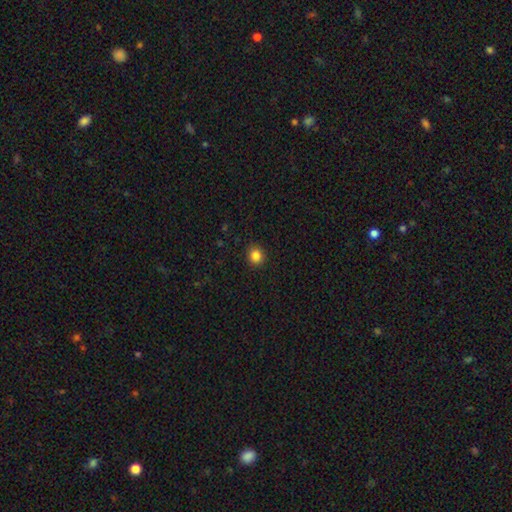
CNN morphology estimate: The model was most divided on "how rounded": round: 82%, in between: 17%, cigar-shaped: 1%. More confident: merging — none (90%); smooth or featured — smooth (85%).